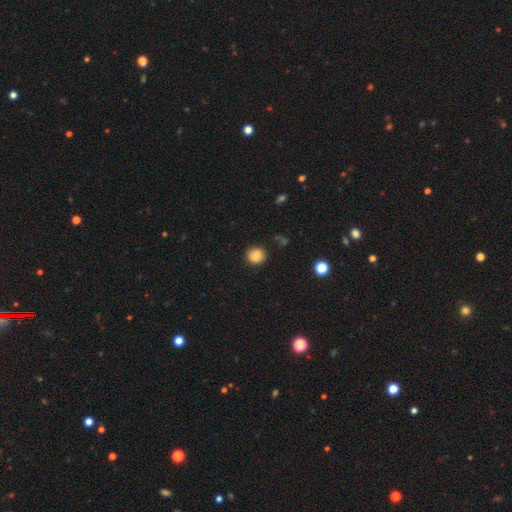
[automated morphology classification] Smooth or featured? Predicted: smooth (p=0.86). How rounded? Predicted: round (p=0.89). Merging? Predicted: none (p=0.85).